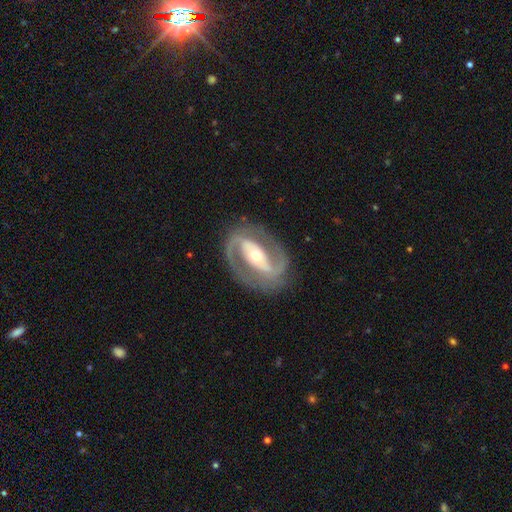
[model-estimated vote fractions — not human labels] Q: Smooth or featured?
A: featured or disk (91%); runner-up: smooth (5%)
Q: Edge-on disk?
A: no (96%); runner-up: yes (4%)
Q: Bar?
A: strong (53%); runner-up: weak (28%)
Q: Spiral arms?
A: yes (96%); runner-up: no (4%)
Q: Spiral winding?
A: medium (54%); runner-up: tight (31%)
Q: Spiral arm count?
A: 2 (92%); runner-up: can't tell (2%)
Q: Bulge size?
A: moderate (64%); runner-up: small (30%)
Q: Merging?
A: none (84%); runner-up: minor disturbance (11%)